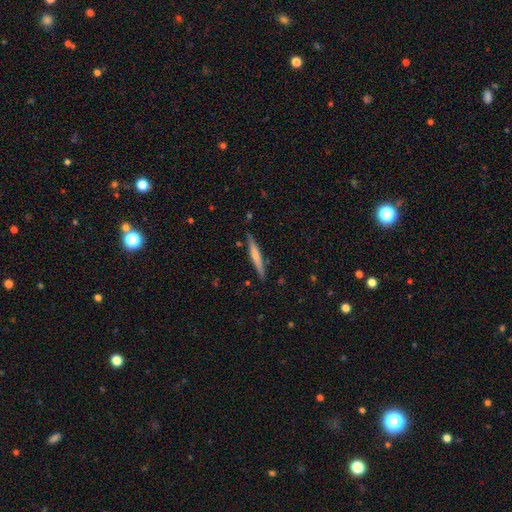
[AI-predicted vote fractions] smooth-or-featured: smooth: 56% | featured or disk: 38% | star or artifact: 6%
  how-rounded: cigar-shaped: 95% | in between: 4% | round: 1%
  merging: none: 86% | minor disturbance: 10% | merger: 2% | major disturbance: 2%